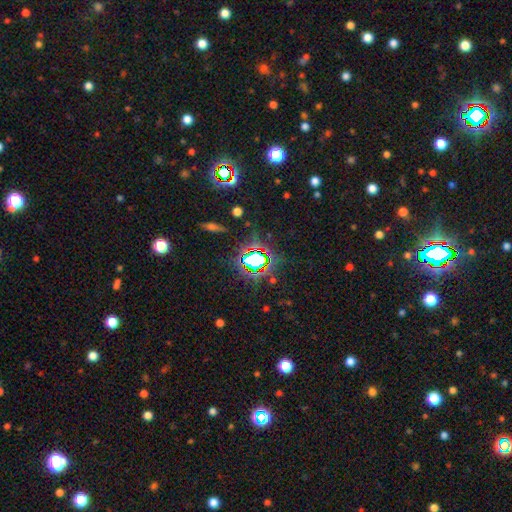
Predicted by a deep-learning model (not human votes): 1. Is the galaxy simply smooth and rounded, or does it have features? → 68% star or artifact, 20% smooth, 12% featured or disk.